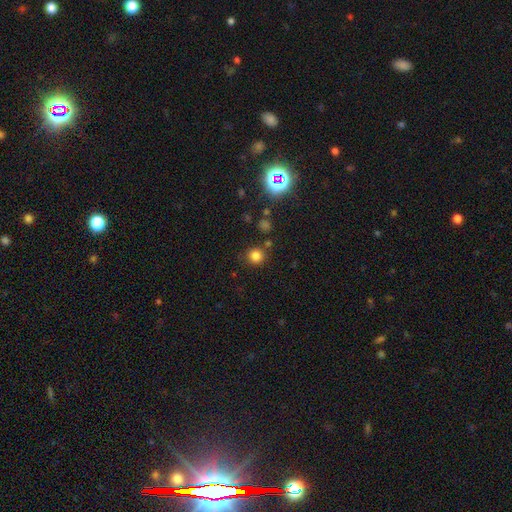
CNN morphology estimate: Smooth or featured: smooth — 78% (star or artifact — 17%)
How rounded: round — 90% (in between — 9%)
Merging: none — 82% (minor disturbance — 9%)